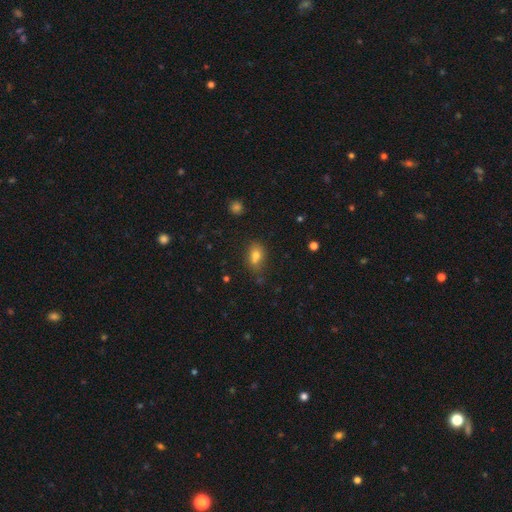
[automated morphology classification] Smooth or featured: smooth — 76% (star or artifact — 12%)
How rounded: in between — 80% (round — 17%)
Merging: none — 60% (minor disturbance — 22%)